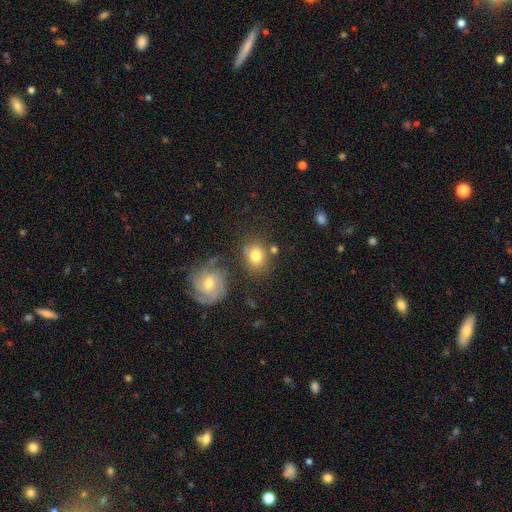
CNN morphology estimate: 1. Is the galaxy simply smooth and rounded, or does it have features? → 77% smooth, 13% featured or disk, 9% star or artifact.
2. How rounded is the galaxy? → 61% round, 38% in between, 1% cigar-shaped.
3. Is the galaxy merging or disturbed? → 68% none, 14% minor disturbance, 12% merger, 5% major disturbance.